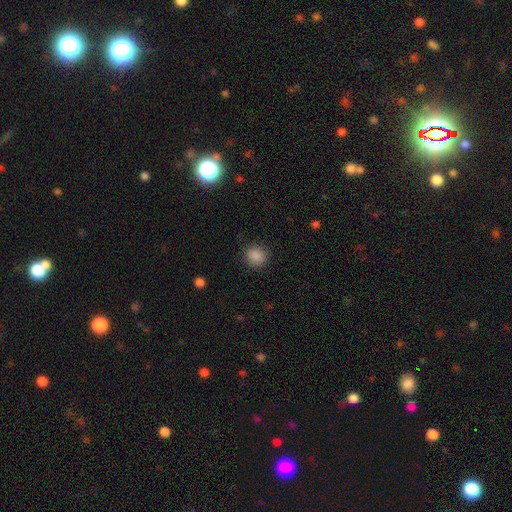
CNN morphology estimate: Q: Smooth or featured?
A: smooth (87%); runner-up: star or artifact (10%)
Q: How rounded?
A: round (86%); runner-up: in between (13%)
Q: Merging?
A: none (89%); runner-up: minor disturbance (8%)